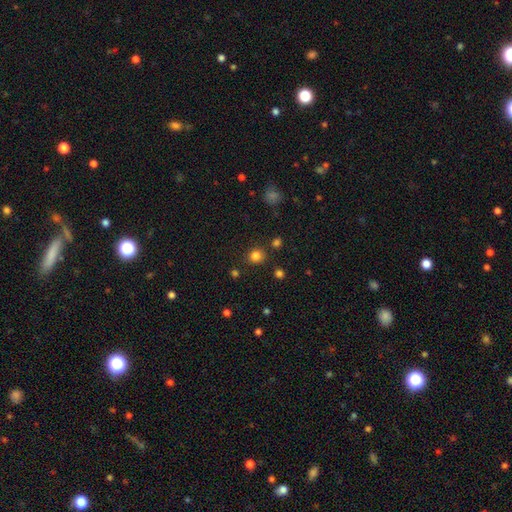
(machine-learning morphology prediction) This is clearly a smooth galaxy (81%). How rounded: clearly round (85%). Merging: clearly none (86%).